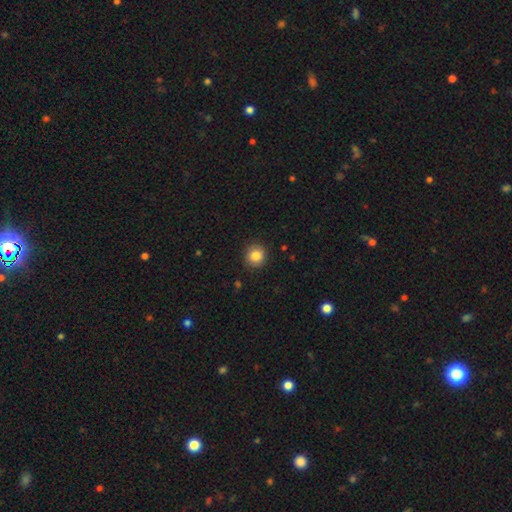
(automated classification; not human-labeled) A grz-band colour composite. It shows a smooth galaxy with no disk features (85%) that is round (91%). Merging: none (90%).